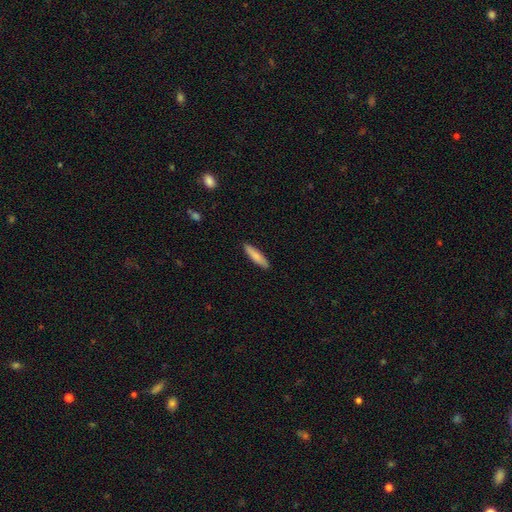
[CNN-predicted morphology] Smooth or featured: smooth — 83% (featured or disk — 11%)
How rounded: cigar-shaped — 78% (in between — 20%)
Merging: none — 90% (minor disturbance — 7%)